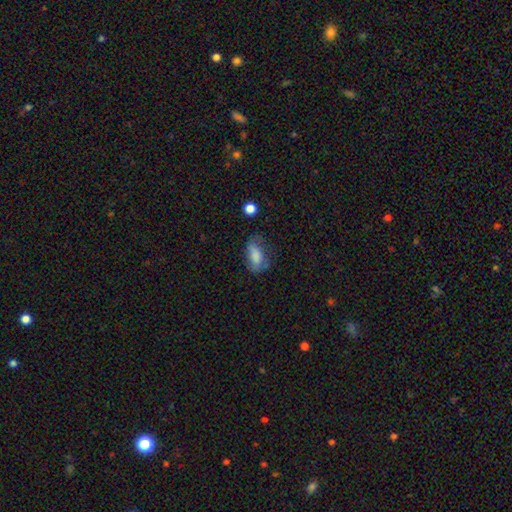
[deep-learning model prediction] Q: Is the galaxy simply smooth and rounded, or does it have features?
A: smooth — 75%.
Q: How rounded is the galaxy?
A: in between — 87%.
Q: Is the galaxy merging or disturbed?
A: none — 43%.